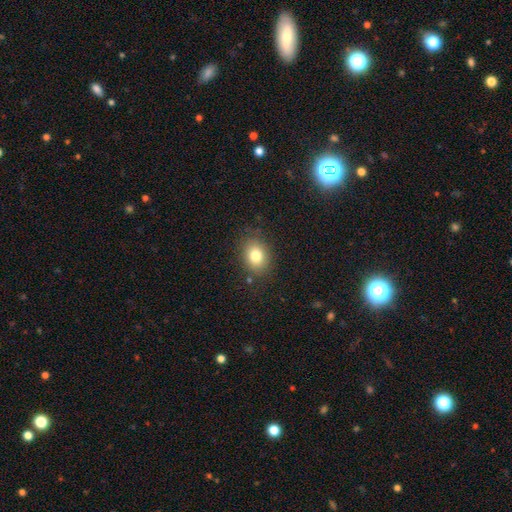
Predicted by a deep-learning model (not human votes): smooth-or-featured: smooth: 79% | star or artifact: 11% | featured or disk: 10%
  how-rounded: in between: 57% | round: 43% | cigar-shaped: 1%
  merging: none: 83% | minor disturbance: 11% | major disturbance: 4% | merger: 2%